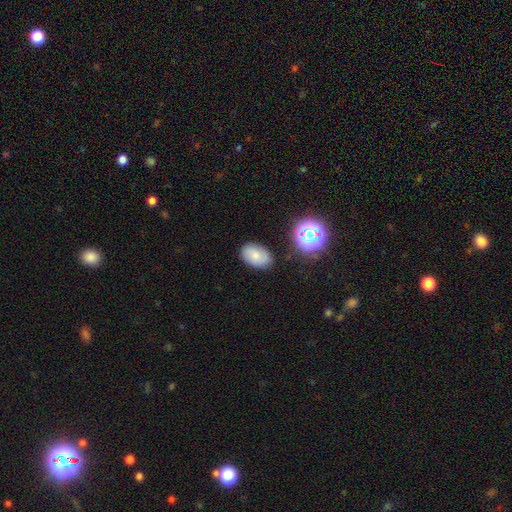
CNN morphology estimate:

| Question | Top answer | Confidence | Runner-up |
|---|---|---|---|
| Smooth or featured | smooth | 71% | featured or disk (17%) |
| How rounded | in between | 85% | round (14%) |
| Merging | none | 80% | minor disturbance (14%) |